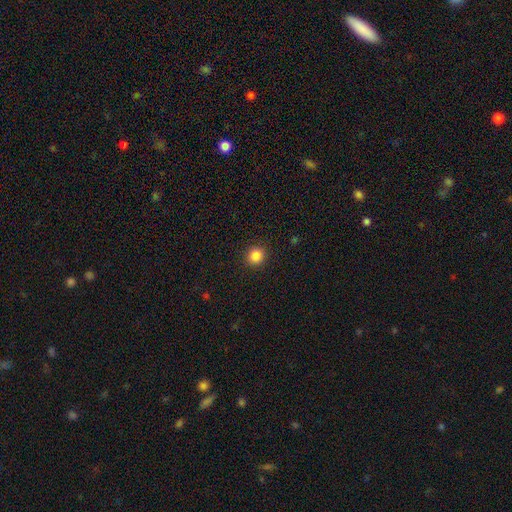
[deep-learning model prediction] Smooth or featured? Predicted: smooth (p=0.86). How rounded? Predicted: round (p=0.90). Merging? Predicted: none (p=0.92).